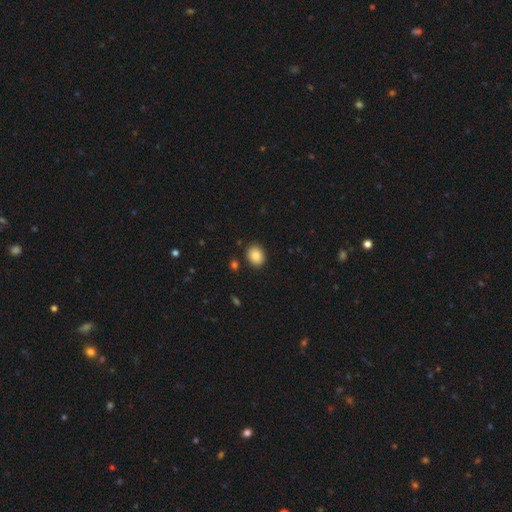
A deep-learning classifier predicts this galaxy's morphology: Smooth or featured? Predicted: smooth (p=0.87). How rounded? Predicted: round (p=0.51). Merging? Predicted: none (p=0.88).